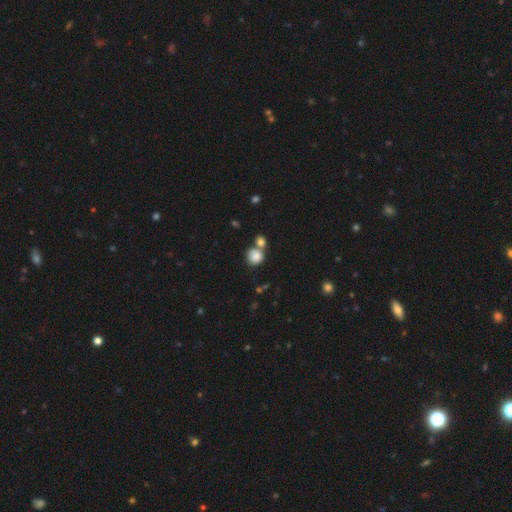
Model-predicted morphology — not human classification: This is clearly a smooth galaxy (84%). How rounded: clearly round (85%). Merging: possibly none (49%).